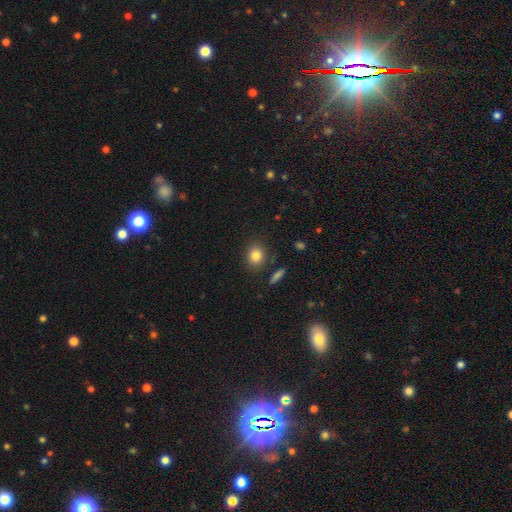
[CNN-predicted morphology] The model was most divided on "how rounded": round: 66%, in between: 32%, cigar-shaped: 1%. More confident: merging — none (85%); smooth or featured — smooth (83%).